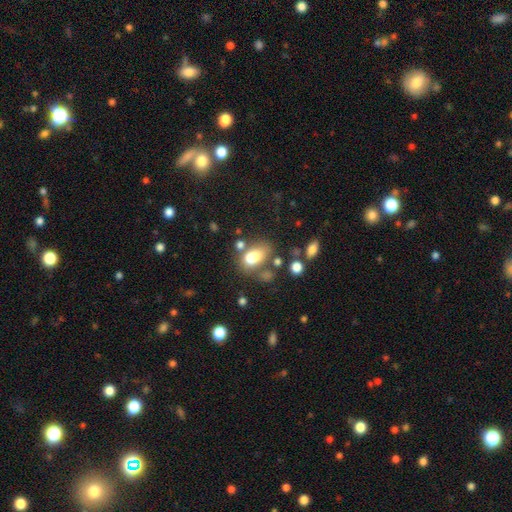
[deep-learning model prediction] The model was most divided on "merging": none: 42%, merger: 27%, minor disturbance: 19%, major disturbance: 13%. More confident: how rounded — in between (80%); smooth or featured — smooth (72%).